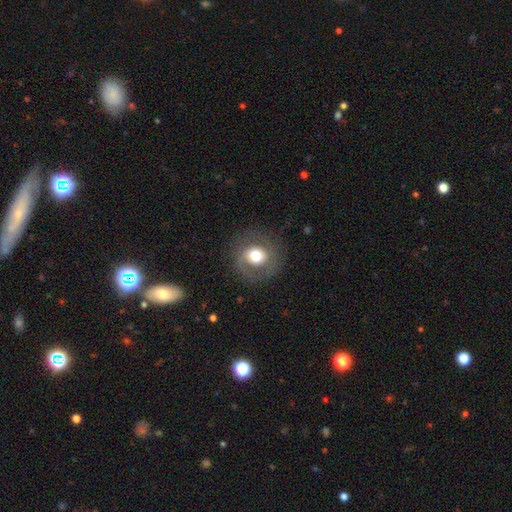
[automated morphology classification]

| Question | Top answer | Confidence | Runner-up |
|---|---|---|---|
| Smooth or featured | smooth | 47% | featured or disk (44%) |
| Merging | none | 77% | minor disturbance (13%) |